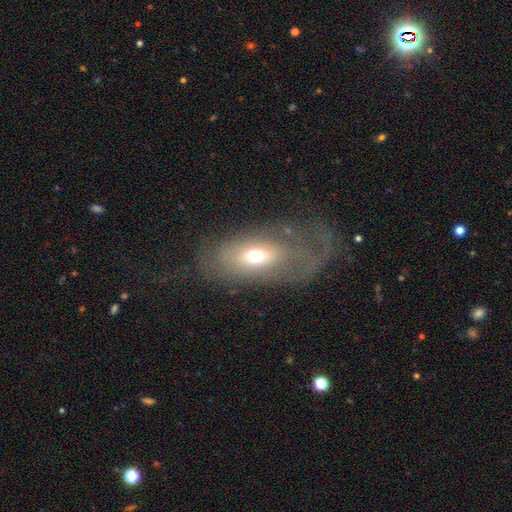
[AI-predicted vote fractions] Smooth or featured?
  - smooth: 52% *
  - featured or disk: 36%
  - star or artifact: 11%
How rounded?
  - in between: 84% *
  - round: 11%
  - cigar-shaped: 5%
Merging?
  - none: 52% *
  - major disturbance: 26%
  - minor disturbance: 18%
  - merger: 3%